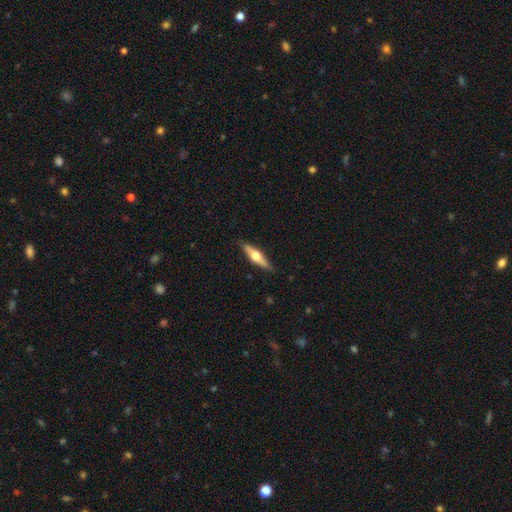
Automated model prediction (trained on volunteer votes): featured or disk 59%, smooth 35%, star or artifact 5%. Down the decision tree: edge-on disk — yes (95%); edge-on bulge — rounded (95%); merging — none (88%).